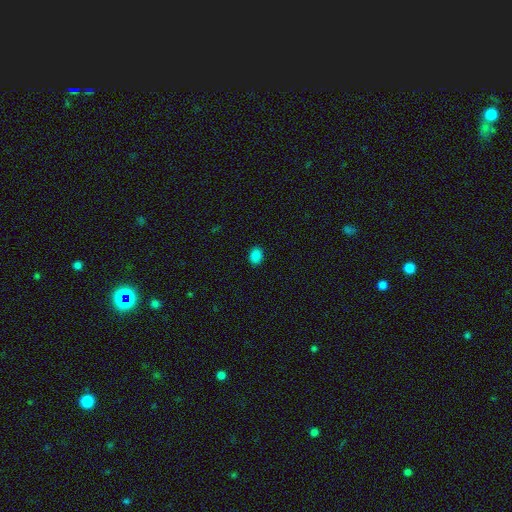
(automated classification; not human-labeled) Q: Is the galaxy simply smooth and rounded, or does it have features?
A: smooth — 86%.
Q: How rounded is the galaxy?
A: in between — 72%.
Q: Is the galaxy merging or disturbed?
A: none — 90%.